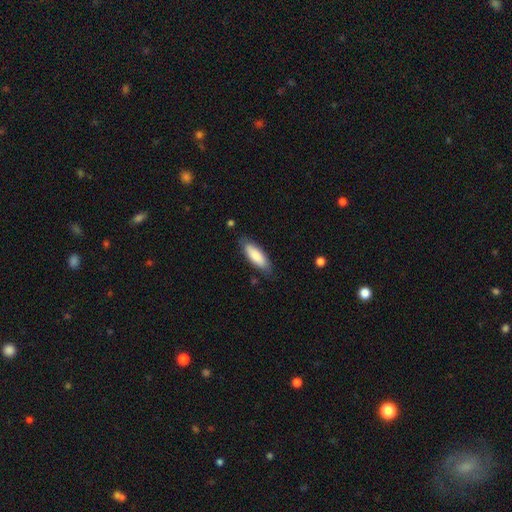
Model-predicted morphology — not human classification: This appears to be a smooth galaxy with no disk features (82%) that is in between round and cigar-shaped (67%). Merging: none (79%).